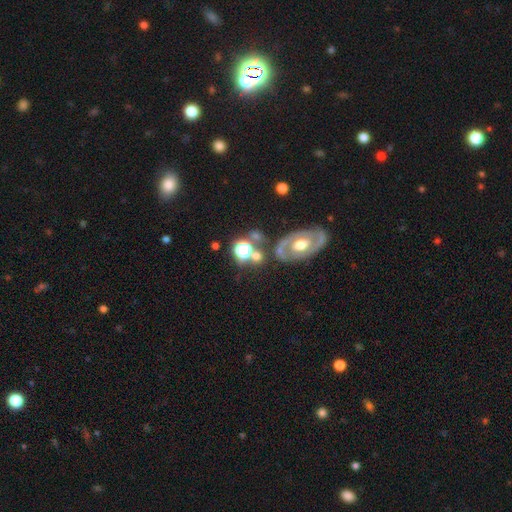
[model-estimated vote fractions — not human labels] Smooth or featured? Predicted: smooth (p=0.49). Merging? Predicted: none (p=0.59).